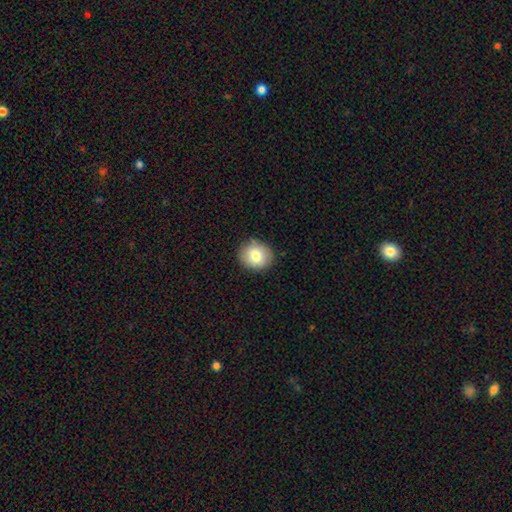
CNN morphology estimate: smooth-or-featured: smooth: 80% | featured or disk: 12% | star or artifact: 8%
  how-rounded: round: 72% | in between: 27% | cigar-shaped: 1%
  merging: none: 87% | minor disturbance: 10% | major disturbance: 2% | merger: 1%